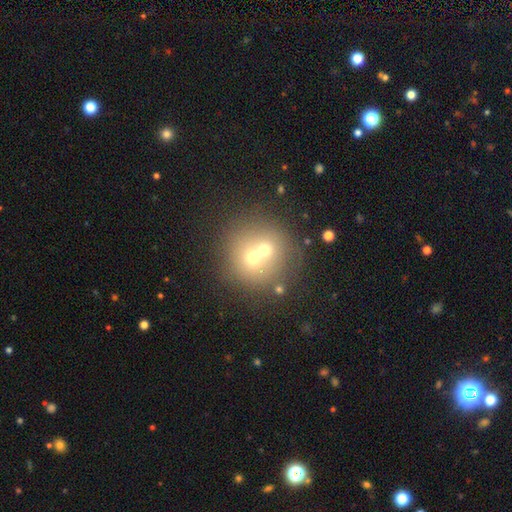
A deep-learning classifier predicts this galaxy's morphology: This is possibly a smooth galaxy (59%). How rounded: clearly round (90%). Merging: possibly merger (54%).